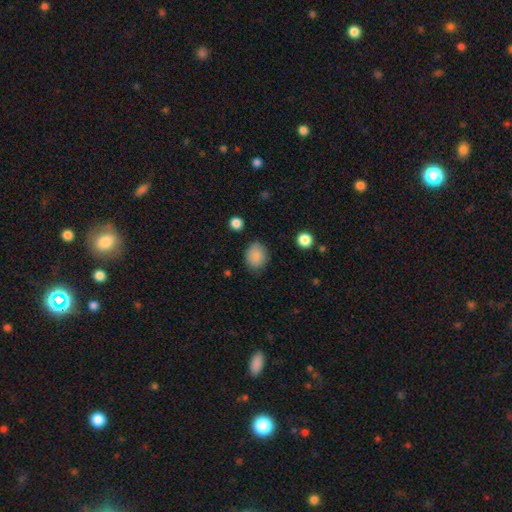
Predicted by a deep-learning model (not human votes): Overall: smooth (87%). How rounded: round (61%; in between 39%). Merging: none (79%).